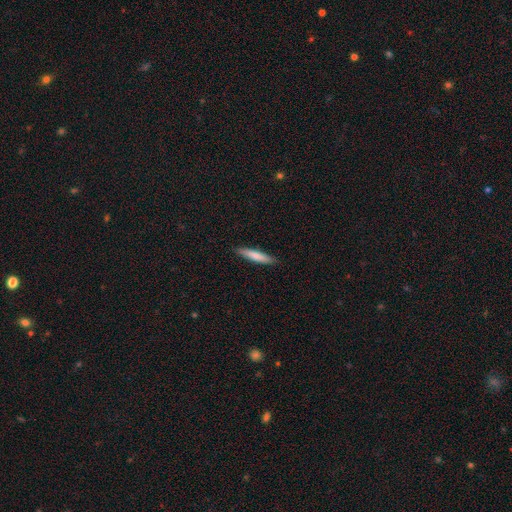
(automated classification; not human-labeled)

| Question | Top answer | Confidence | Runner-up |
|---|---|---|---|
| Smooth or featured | smooth | 75% | featured or disk (19%) |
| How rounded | cigar-shaped | 89% | in between (10%) |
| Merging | none | 89% | minor disturbance (8%) |